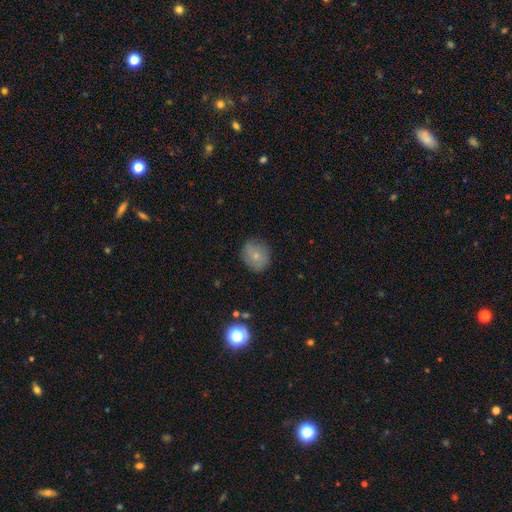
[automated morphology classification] This appears to be a smooth galaxy with no disk features (74%) that is round (64%). Merging: none (76%).